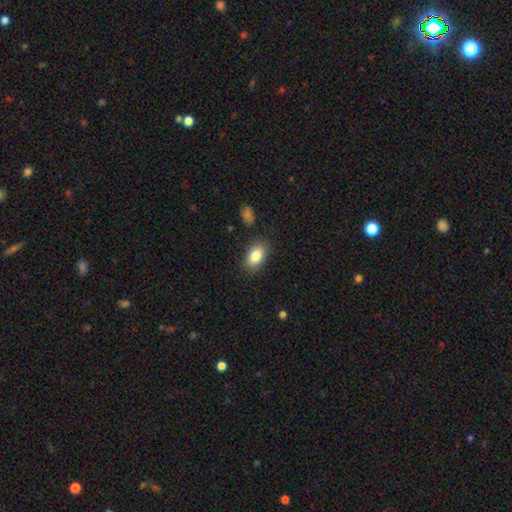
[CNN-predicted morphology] This appears to be a smooth galaxy with no disk features (84%) that is in between round and cigar-shaped (90%). Merging: none (85%).